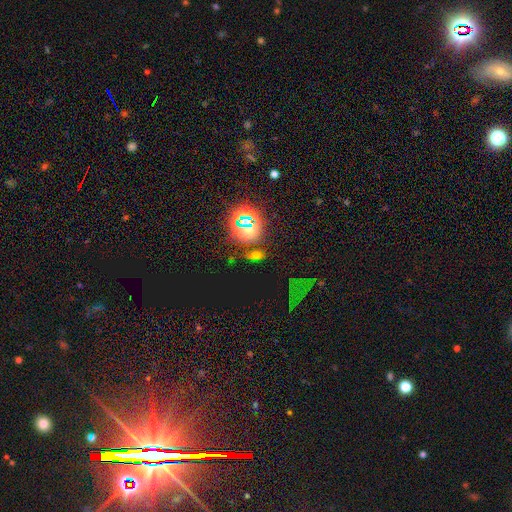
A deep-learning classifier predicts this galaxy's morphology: Smooth or featured?
  - star or artifact: 49% *
  - smooth: 36%
  - featured or disk: 14%